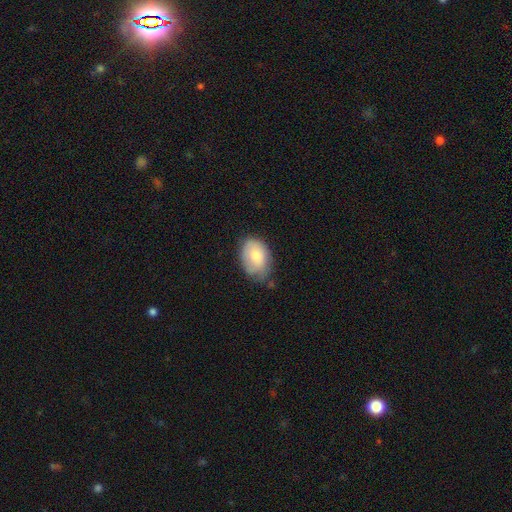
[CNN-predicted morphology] Smooth or featured? smooth (77%)
How rounded? in between (85%)
Merging? none (56%)